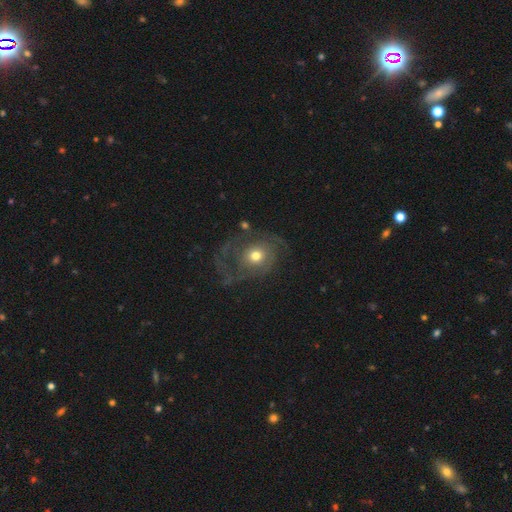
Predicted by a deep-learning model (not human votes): Q: Smooth or featured?
A: featured or disk (64%); runner-up: smooth (27%)
Q: Edge-on disk?
A: no (96%); runner-up: yes (4%)
Q: Bar?
A: no (84%); runner-up: weak (13%)
Q: Spiral arms?
A: yes (73%); runner-up: no (27%)
Q: Bulge size?
A: moderate (69%); runner-up: small (18%)
Q: Merging?
A: none (47%); runner-up: major disturbance (32%)